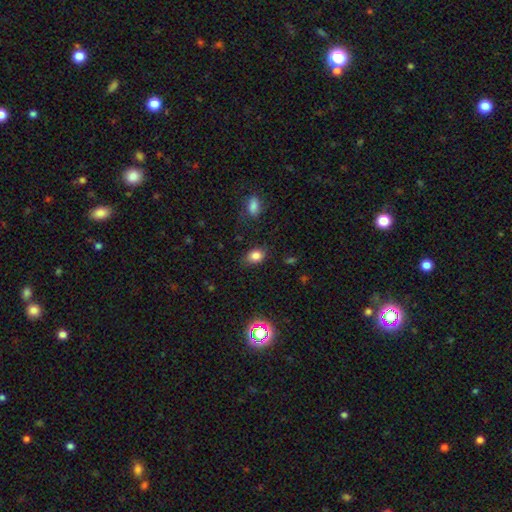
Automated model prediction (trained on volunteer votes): This is clearly a smooth galaxy (81%). How rounded: likely in between (68%). Merging: likely none (76%).